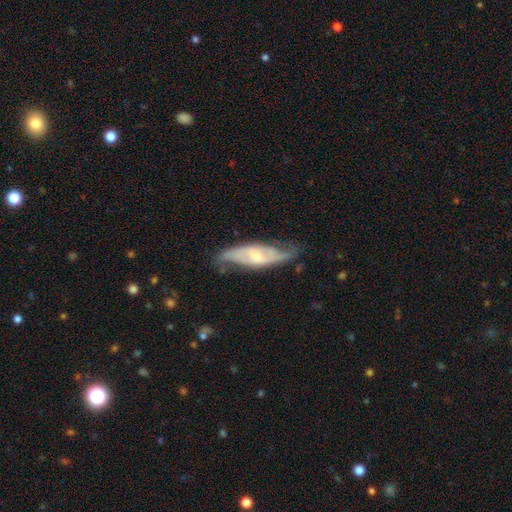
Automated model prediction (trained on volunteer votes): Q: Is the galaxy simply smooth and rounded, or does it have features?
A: featured or disk — 68%.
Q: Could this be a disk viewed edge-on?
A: no — 76%.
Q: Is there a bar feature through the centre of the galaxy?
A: weak — 46%.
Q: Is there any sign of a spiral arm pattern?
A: yes — 87%.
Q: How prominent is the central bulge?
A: small — 40%, tied with moderate.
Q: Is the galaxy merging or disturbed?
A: none — 62%.